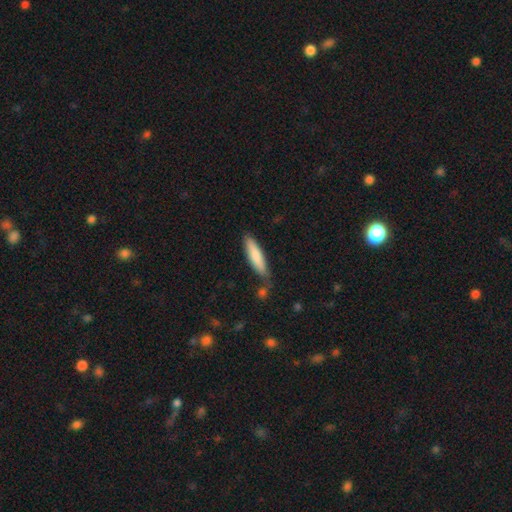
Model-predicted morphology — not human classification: smooth_or_featured: smooth (p=0.80) [alt: featured or disk p=0.14]
how_rounded: cigar-shaped (p=0.78) [alt: in between p=0.21]
merging: none (p=0.73) [alt: minor disturbance p=0.18]